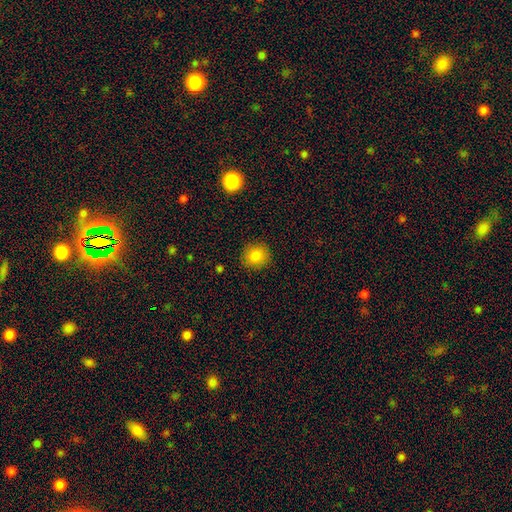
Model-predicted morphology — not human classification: This is clearly a smooth galaxy (83%). How rounded: clearly round (89%). Merging: clearly none (90%).